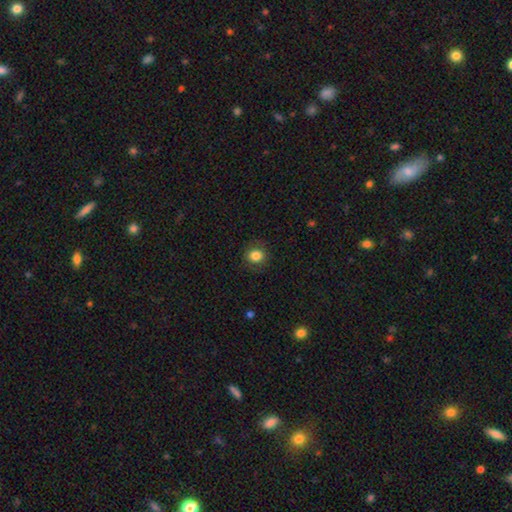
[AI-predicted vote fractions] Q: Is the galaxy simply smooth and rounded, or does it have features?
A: smooth — 84%.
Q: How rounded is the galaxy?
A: round — 76%.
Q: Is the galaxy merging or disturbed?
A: none — 86%.